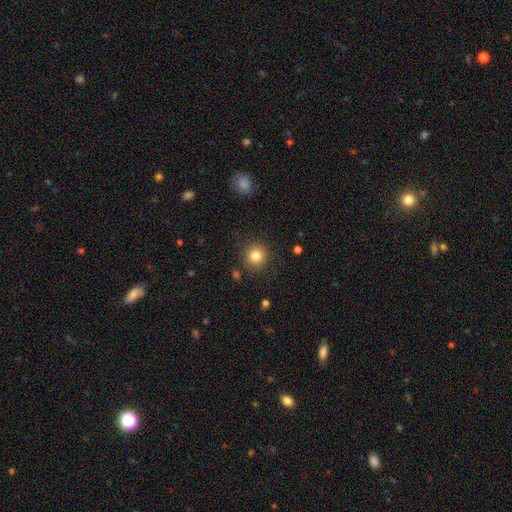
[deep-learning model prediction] A smooth galaxy with no disk features (82%) that is round (93%). Merging: none (89%).